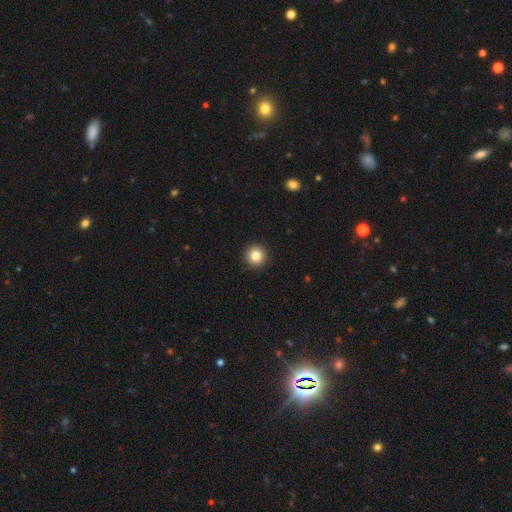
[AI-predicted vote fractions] smooth 84%, star or artifact 10%, featured or disk 6%. Down the decision tree: how rounded — round (96%); merging — none (93%).